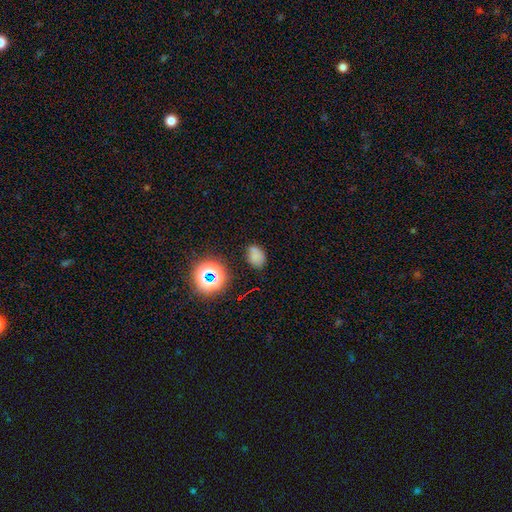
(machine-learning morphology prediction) Q: Smooth or featured?
A: smooth (66%); runner-up: star or artifact (23%)
Q: How rounded?
A: in between (72%); runner-up: round (27%)
Q: Merging?
A: none (64%); runner-up: minor disturbance (22%)